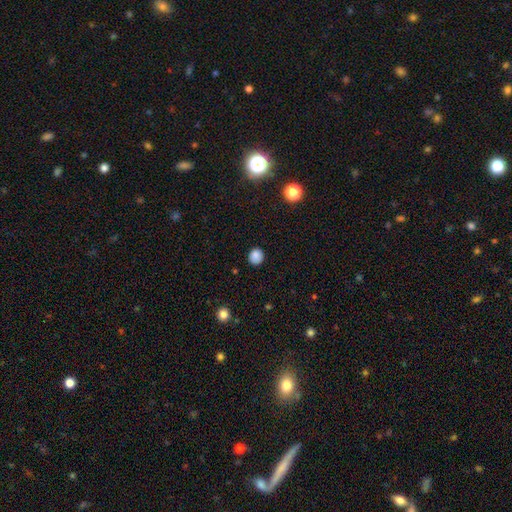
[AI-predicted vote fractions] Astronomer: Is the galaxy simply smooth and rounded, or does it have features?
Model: smooth — 85%.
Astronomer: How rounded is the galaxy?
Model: round — 80%.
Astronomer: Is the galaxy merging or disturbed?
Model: none — 86%.